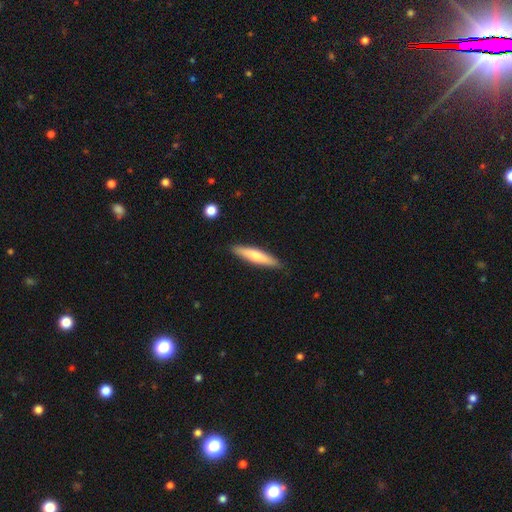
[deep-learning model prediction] smooth_or_featured: smooth (p=0.66) [alt: featured or disk p=0.28]
how_rounded: cigar-shaped (p=0.87) [alt: in between p=0.12]
merging: none (p=0.89) [alt: minor disturbance p=0.08]